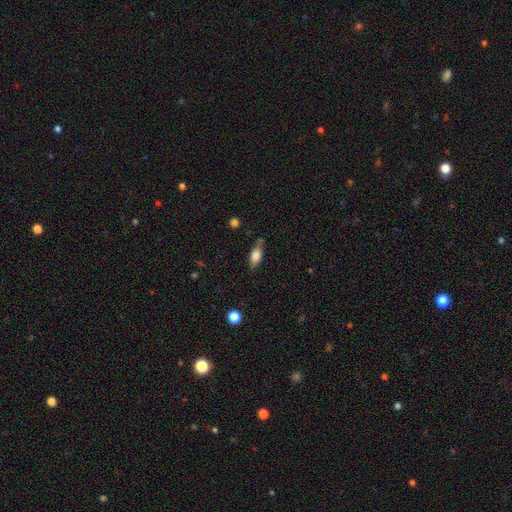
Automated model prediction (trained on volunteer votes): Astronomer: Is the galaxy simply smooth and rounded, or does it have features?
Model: smooth — 70%.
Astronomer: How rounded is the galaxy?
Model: in between — 74%.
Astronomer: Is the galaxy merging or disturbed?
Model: none — 70%.